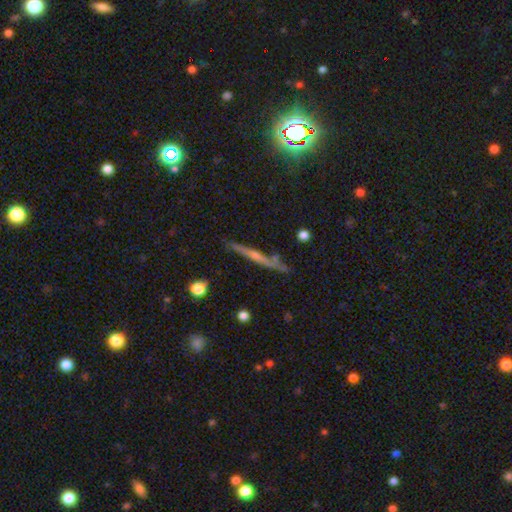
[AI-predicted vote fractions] This appears to be a featured or disk galaxy (55%) viewed edge-on (91%) with a rounded central bulge (61%). Merging: none (84%).